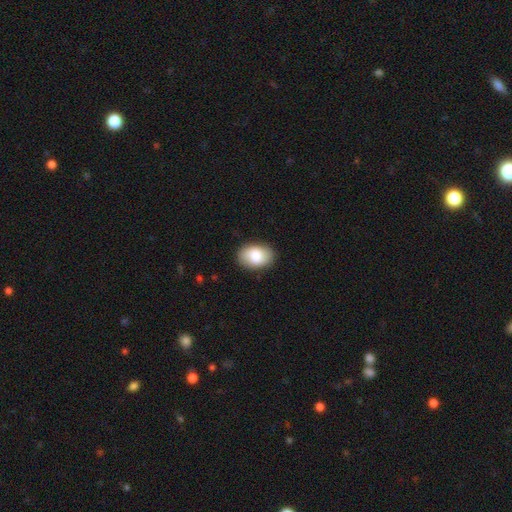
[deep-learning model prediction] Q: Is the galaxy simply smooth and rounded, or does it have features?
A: smooth — 83%.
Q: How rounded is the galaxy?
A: in between — 85%.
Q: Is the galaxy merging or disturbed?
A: none — 87%.